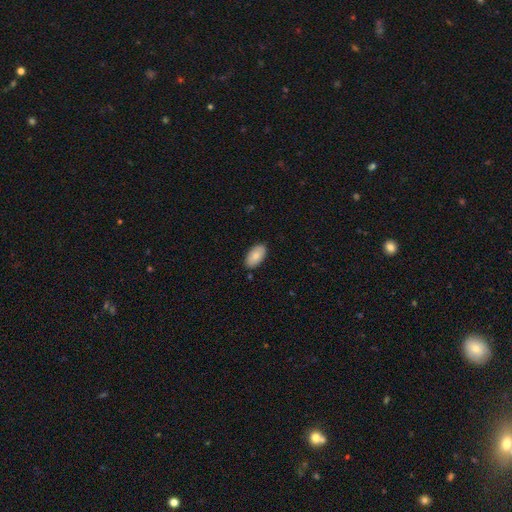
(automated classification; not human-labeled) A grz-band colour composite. It shows a smooth galaxy with no disk features (83%) that is in between round and cigar-shaped (95%). Merging: none (87%).